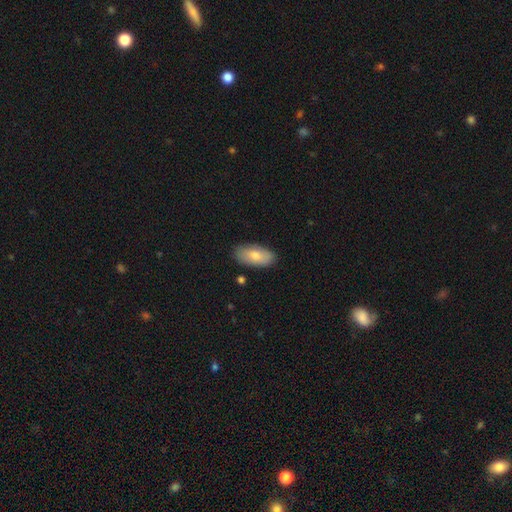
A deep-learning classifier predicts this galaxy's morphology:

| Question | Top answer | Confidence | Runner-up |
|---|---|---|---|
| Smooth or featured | smooth | 80% | featured or disk (15%) |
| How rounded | in between | 93% | cigar-shaped (5%) |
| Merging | none | 82% | minor disturbance (13%) |